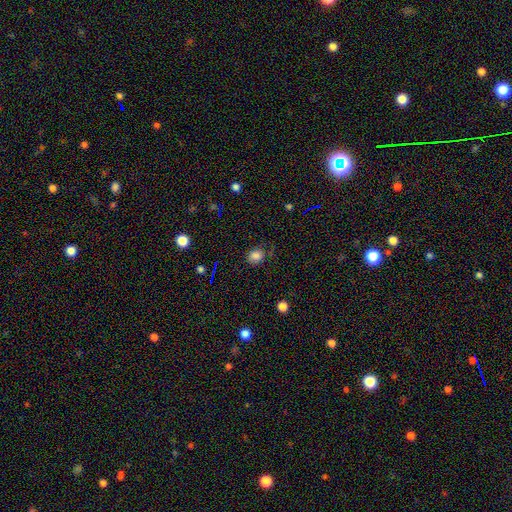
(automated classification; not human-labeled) Q: Smooth or featured?
A: smooth (81%); runner-up: star or artifact (13%)
Q: How rounded?
A: round (55%); runner-up: in between (44%)
Q: Merging?
A: none (71%); runner-up: minor disturbance (21%)